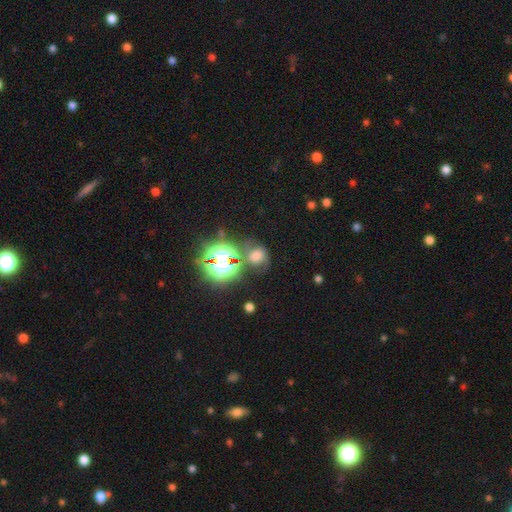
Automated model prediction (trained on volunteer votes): The model was most divided on "smooth or featured": smooth: 49%, star or artifact: 32%, featured or disk: 19%. More confident: merging — none (59%).